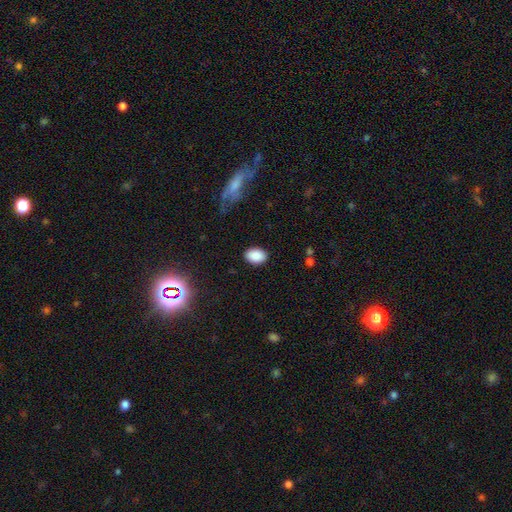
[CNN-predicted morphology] A smooth galaxy with no disk features (88%) that is in between round and cigar-shaped (81%).

Vote fractions:
- Smooth or featured? smooth: 88% / star or artifact: 8% / featured or disk: 4%
- How rounded? in between: 81% / round: 18% / cigar-shaped: 1%
- Merging? none: 87% / minor disturbance: 10% / major disturbance: 3% / merger: 1%